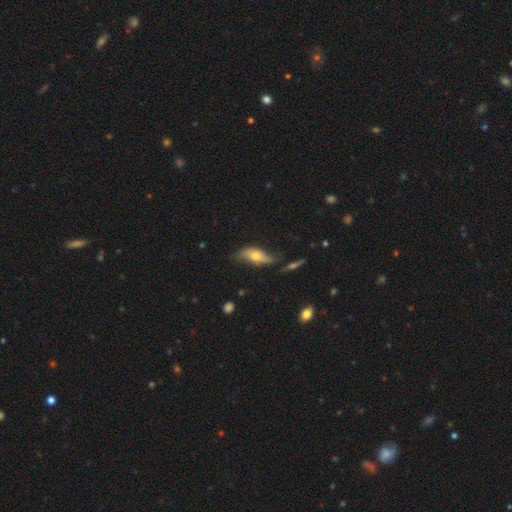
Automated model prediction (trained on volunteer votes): The model was most divided on "smooth or featured": smooth: 47%, featured or disk: 46%, star or artifact: 8%. More confident: merging — none (53%).